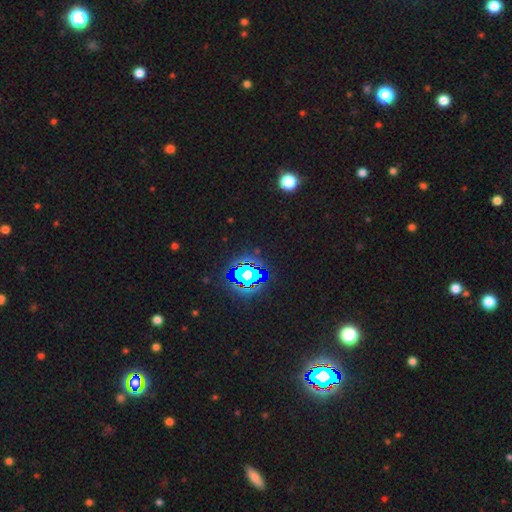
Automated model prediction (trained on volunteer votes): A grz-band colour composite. It shows a star or artifact, not a galaxy (81%).